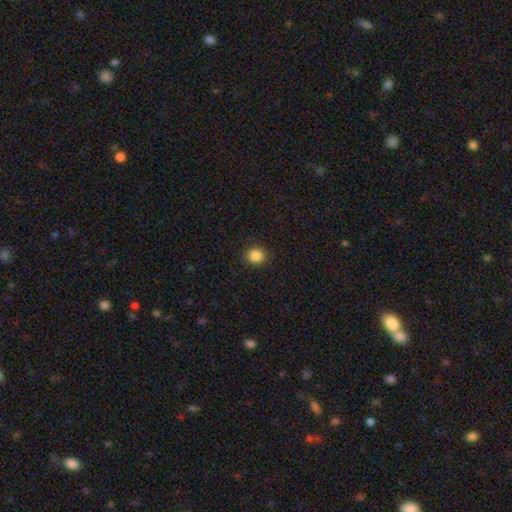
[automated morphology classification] The model was most divided on "how rounded": round: 76%, in between: 23%, cigar-shaped: 1%. More confident: merging — none (90%); smooth or featured — smooth (86%).